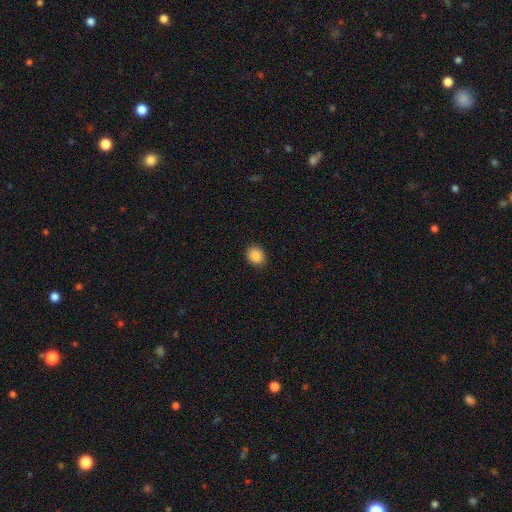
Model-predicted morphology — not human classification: A smooth galaxy with no disk features (88%) that is round (61%). Merging: none (90%).